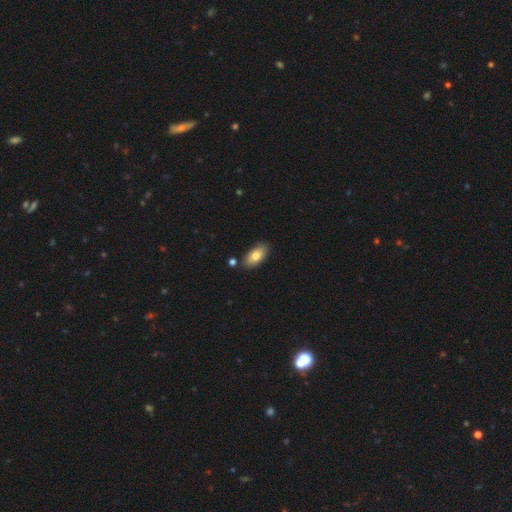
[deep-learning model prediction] A smooth galaxy with no disk features (82%) that is in between round and cigar-shaped (92%). Merging: none (82%).